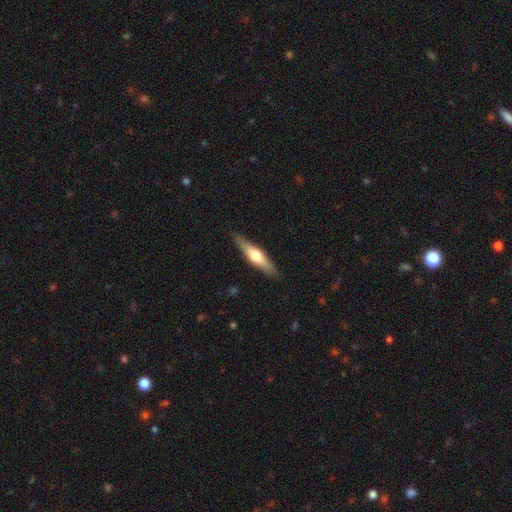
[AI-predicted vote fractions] Q: Smooth or featured?
A: featured or disk (53%); runner-up: smooth (42%)
Q: Edge-on disk?
A: yes (93%); runner-up: no (7%)
Q: Merging?
A: none (88%); runner-up: minor disturbance (9%)